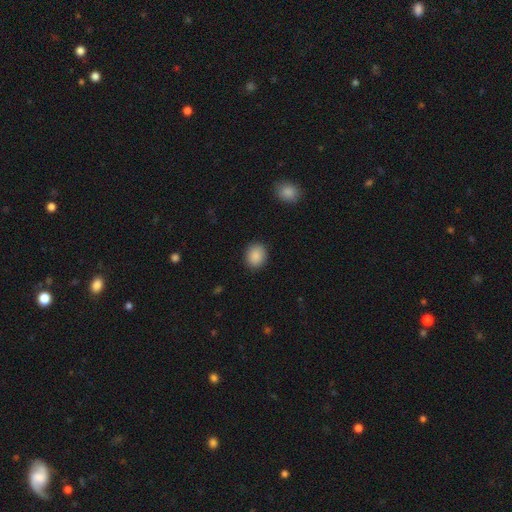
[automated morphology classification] smooth_or_featured: smooth (p=0.89) [alt: star or artifact p=0.08]
how_rounded: round (p=0.63) [alt: in between p=0.36]
merging: none (p=0.89) [alt: minor disturbance p=0.07]